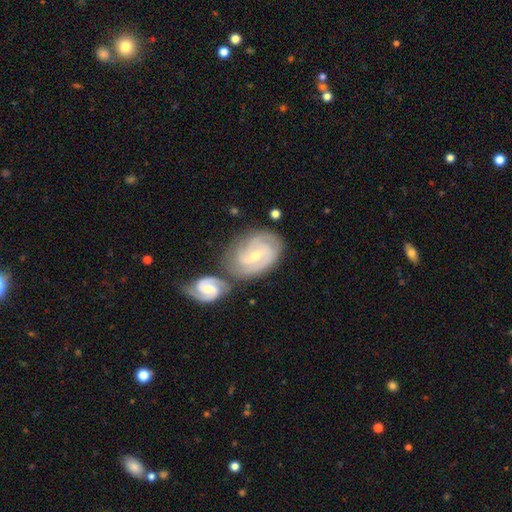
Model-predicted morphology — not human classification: Smooth or featured: featured or disk — 85% (smooth — 10%)
Edge-on disk: no — 96% (yes — 4%)
Bar: weak — 53% (no — 30%)
Spiral arms: yes — 97% (no — 3%)
Spiral winding: tight — 52% (medium — 40%)
Spiral arm count: 2 — 37% (3 — 35%)
Bulge size: small — 51% (moderate — 46%)
Merging: none — 53% (merger — 27%)